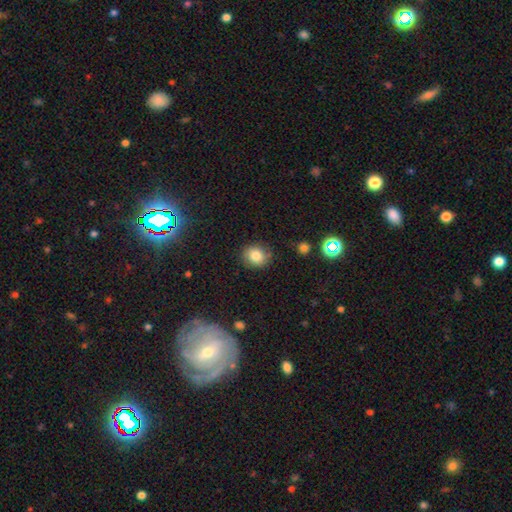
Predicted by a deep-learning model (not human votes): A smooth galaxy with no disk features (82%) that is round (76%). Merging: none (85%).